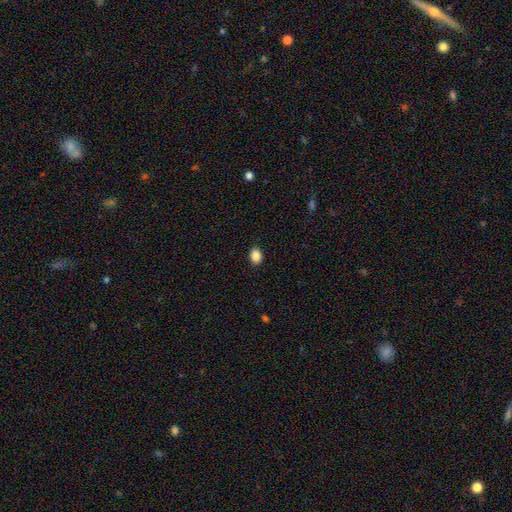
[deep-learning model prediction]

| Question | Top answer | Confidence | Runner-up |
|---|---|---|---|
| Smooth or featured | smooth | 88% | star or artifact (9%) |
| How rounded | in between | 66% | round (33%) |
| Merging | none | 90% | minor disturbance (7%) |